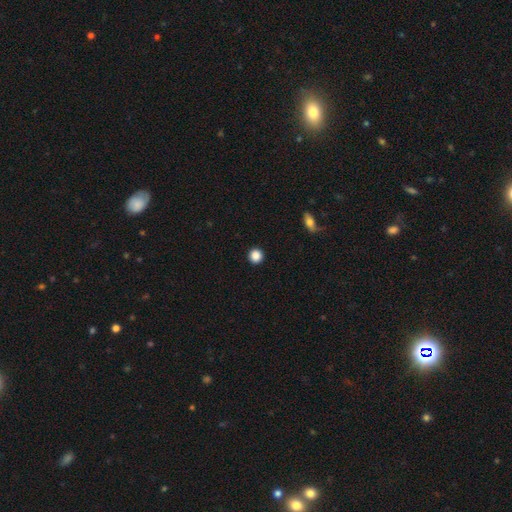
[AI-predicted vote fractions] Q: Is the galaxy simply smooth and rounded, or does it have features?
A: smooth — 87%.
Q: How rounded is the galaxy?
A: round — 95%.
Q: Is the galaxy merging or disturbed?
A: none — 93%.